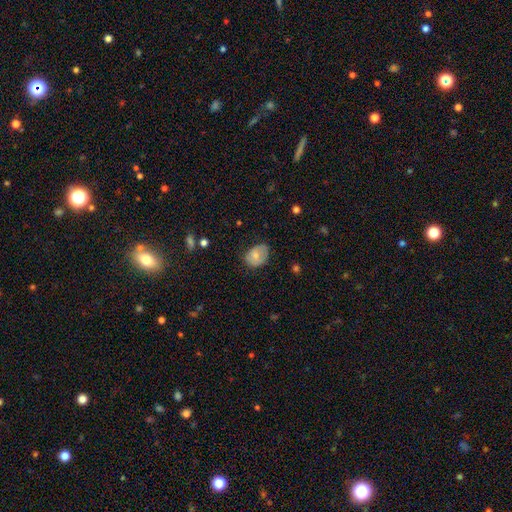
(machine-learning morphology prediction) Smooth or featured? smooth (73%)
How rounded? in between (66%)
Merging? none (57%)